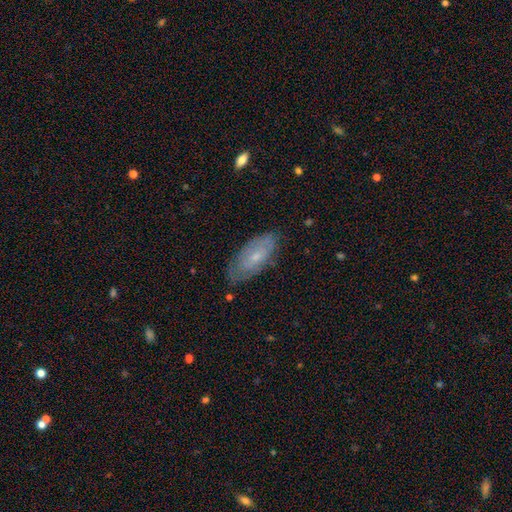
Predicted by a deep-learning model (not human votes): This appears to be a featured or disk galaxy (48%). Merging: none (74%).